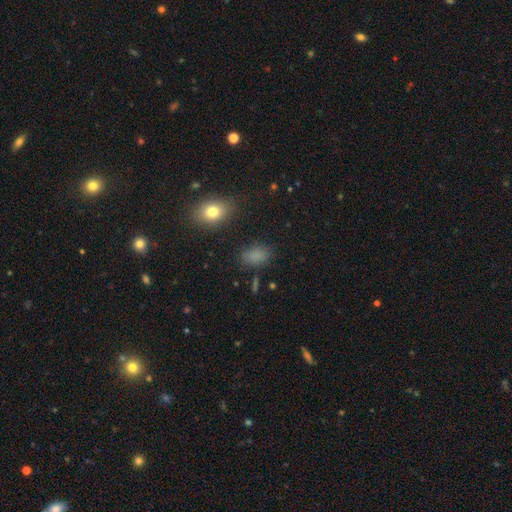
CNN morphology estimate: smooth 81%, star or artifact 14%, featured or disk 5%. Down the decision tree: how rounded — in between (85%); merging — none (79%).